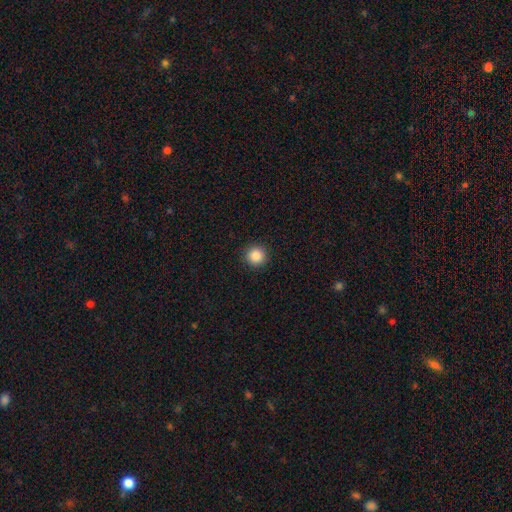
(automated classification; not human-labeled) The model was most divided on "smooth or featured": smooth: 87%, star or artifact: 10%, featured or disk: 3%. More confident: how rounded — round (95%); merging — none (92%).